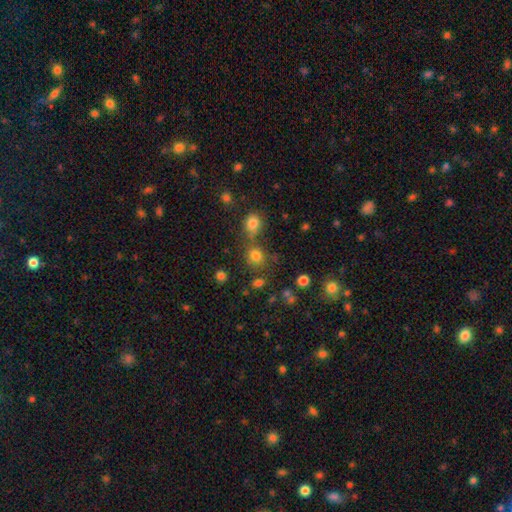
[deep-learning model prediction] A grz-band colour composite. It shows a smooth galaxy with no disk features (78%) that is round (85%). Merging: none (63%).